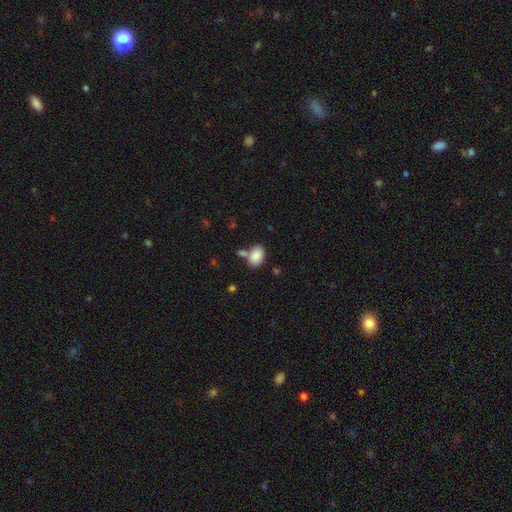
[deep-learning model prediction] A smooth galaxy with no disk features (87%) that is in between round and cigar-shaped (88%). Merging: none (61%).